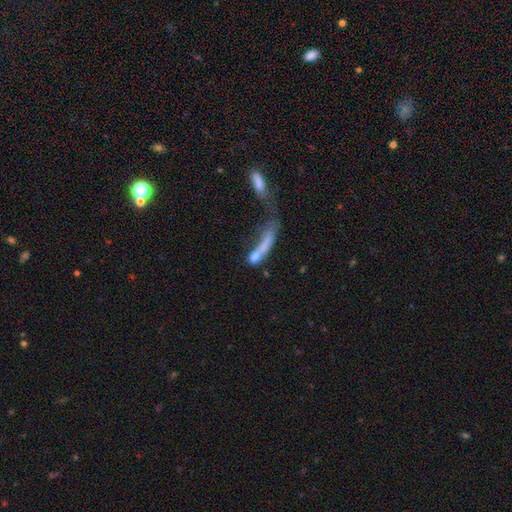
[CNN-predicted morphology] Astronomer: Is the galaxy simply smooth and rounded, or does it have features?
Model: smooth — 58%.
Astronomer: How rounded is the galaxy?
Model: cigar-shaped — 64%.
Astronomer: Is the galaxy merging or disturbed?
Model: merger — 48% (runner-up: major disturbance, 27%).